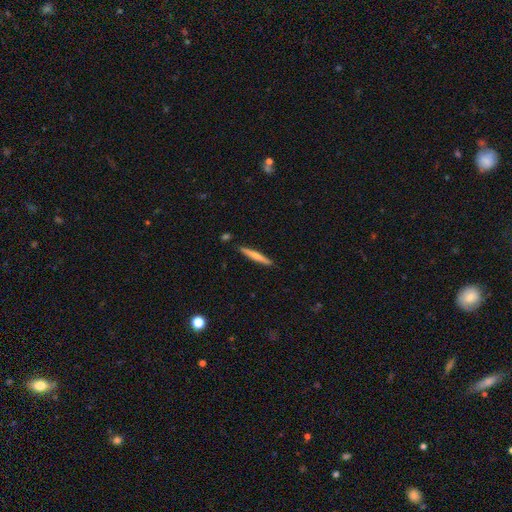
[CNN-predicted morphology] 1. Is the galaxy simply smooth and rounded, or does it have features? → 66% smooth, 29% featured or disk, 5% star or artifact.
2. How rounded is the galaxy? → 95% cigar-shaped, 4% in between, 1% round.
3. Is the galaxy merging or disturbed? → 88% none, 8% minor disturbance, 2% merger, 2% major disturbance.